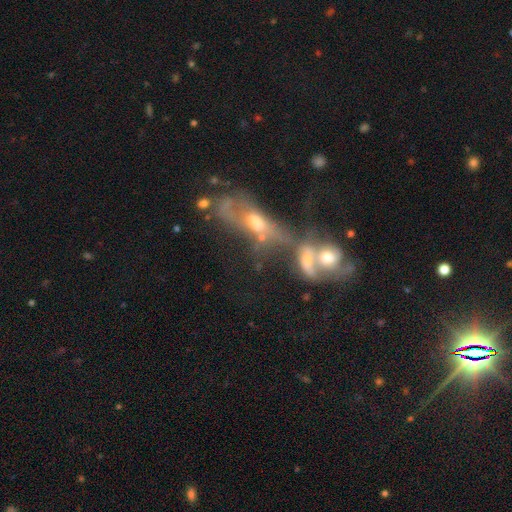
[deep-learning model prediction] Q: Smooth or featured?
A: featured or disk (64%); runner-up: smooth (20%)
Q: Edge-on disk?
A: no (82%); runner-up: yes (18%)
Q: Bar?
A: no (70%); runner-up: weak (22%)
Q: Spiral arms?
A: yes (55%); runner-up: no (45%)
Q: Bulge size?
A: moderate (56%); runner-up: small (27%)
Q: Merging?
A: merger (70%); runner-up: none (12%)